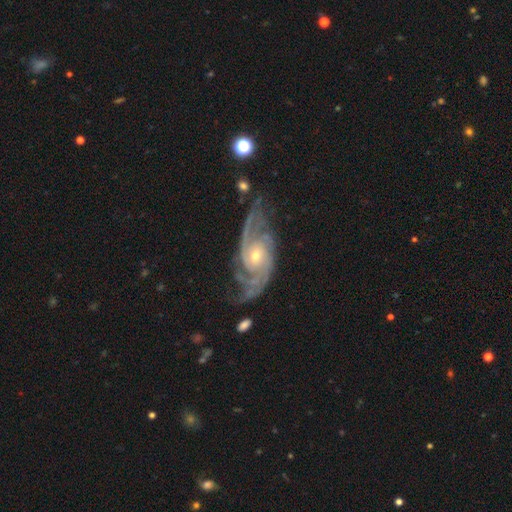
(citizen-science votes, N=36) Overall: featured or disk (100%). Edge-on disk: no (94%). Bar: no (56%; weak 29%). Spiral arms: yes (100%). Spiral arm count: 2 (38%; 3 32%). Spiral winding: medium (44%; tight 32%). Bulge size: small (50%; moderate 47%). Merging: none (50%; minor disturbance 39%).